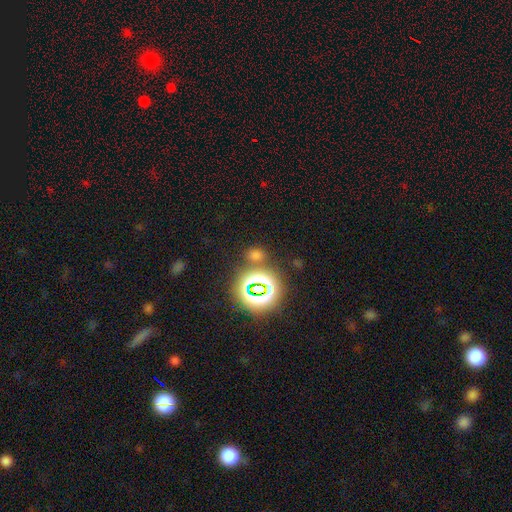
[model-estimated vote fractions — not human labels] Smooth or featured? smooth (48%)
Merging? none (73%)